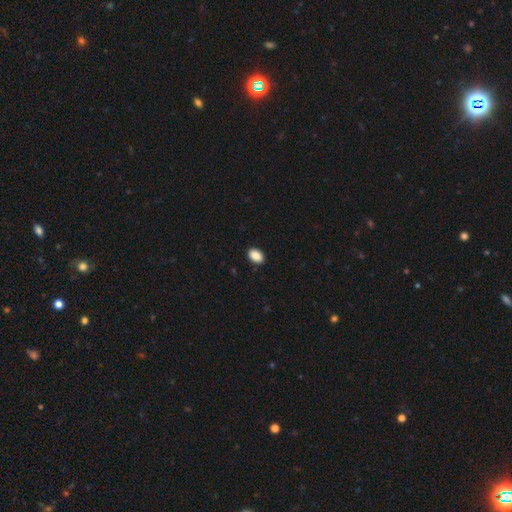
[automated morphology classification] Smooth or featured? smooth (89%)
How rounded? in between (86%)
Merging? none (90%)